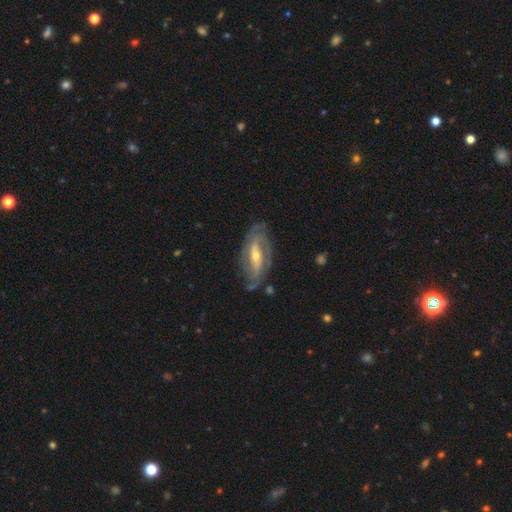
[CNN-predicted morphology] featured or disk 86%, smooth 9%, star or artifact 5%. Down the decision tree: edge-on disk — no (92%); bar — strong (44%); spiral arms — yes (94%); spiral arm count — 2 (58%); spiral winding — tight (50%); bulge size — moderate (48%, tied with small); merging — none (74%).